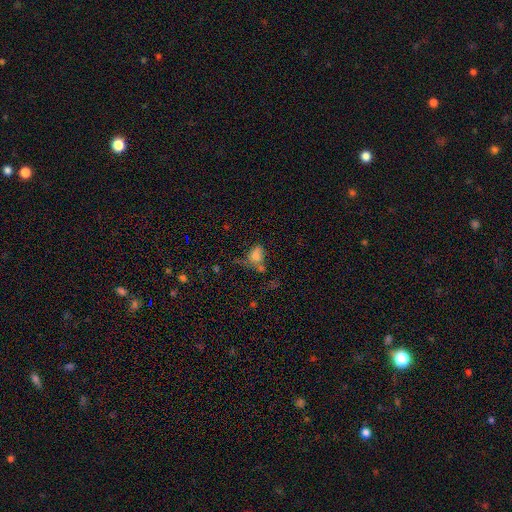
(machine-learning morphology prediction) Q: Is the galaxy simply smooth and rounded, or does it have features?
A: smooth — 69%.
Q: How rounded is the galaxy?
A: in between — 62%.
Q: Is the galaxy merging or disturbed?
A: none — 33%.